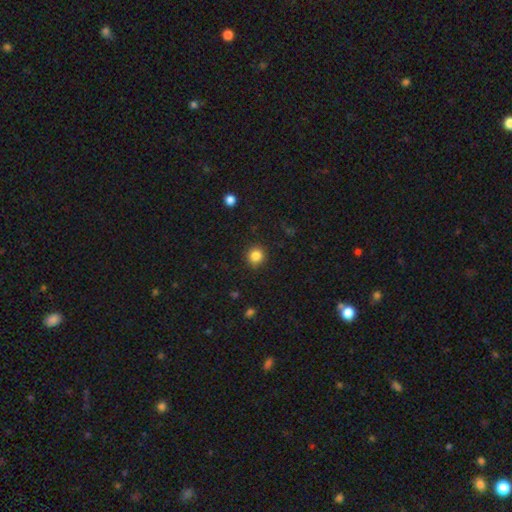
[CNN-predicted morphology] smooth_or_featured: smooth (p=0.84) [alt: star or artifact p=0.11]
how_rounded: round (p=0.92) [alt: in between p=0.07]
merging: none (p=0.90) [alt: minor disturbance p=0.07]